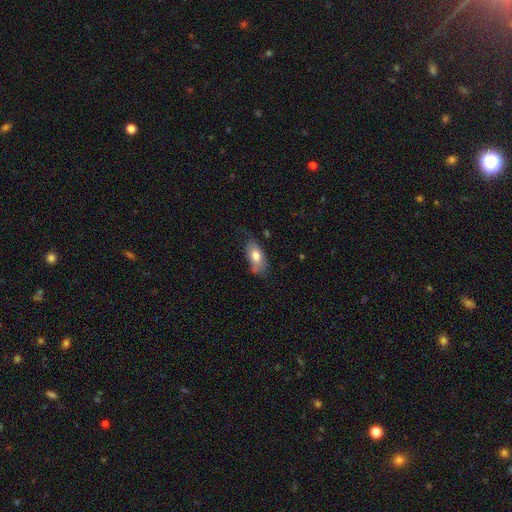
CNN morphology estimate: smooth 75%, featured or disk 18%, star or artifact 7%. Down the decision tree: how rounded — in between (91%); merging — none (52%).